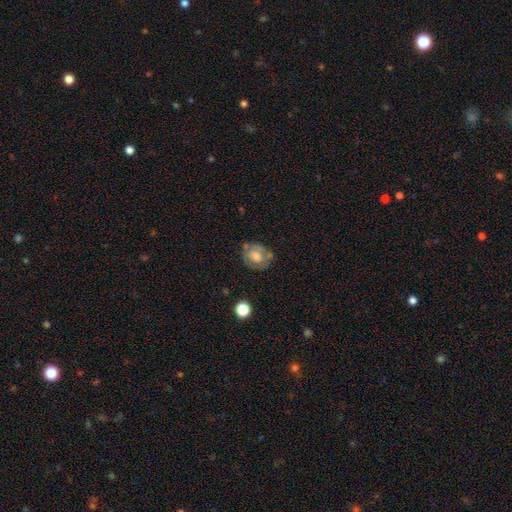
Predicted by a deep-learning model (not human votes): This appears to be a smooth galaxy with no disk features (46%). Merging: none (62%).